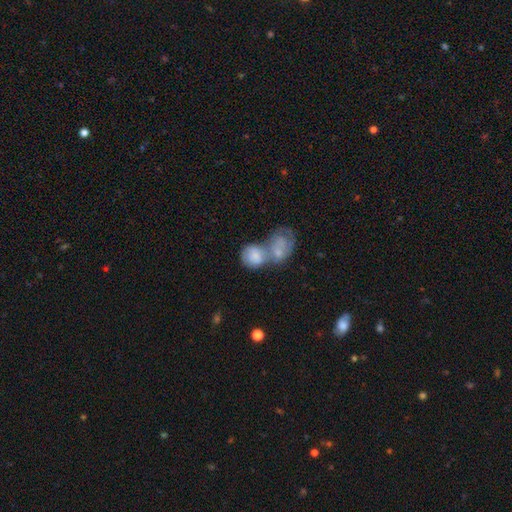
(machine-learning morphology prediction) A smooth galaxy with no disk features (67%) that is round (55%). Merging: merger (75%).